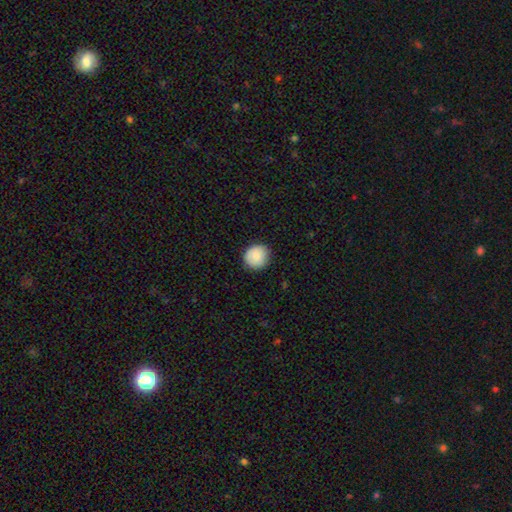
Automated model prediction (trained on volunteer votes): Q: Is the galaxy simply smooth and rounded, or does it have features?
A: smooth — 88%.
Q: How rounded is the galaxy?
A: round — 89%.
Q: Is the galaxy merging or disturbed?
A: none — 87%.